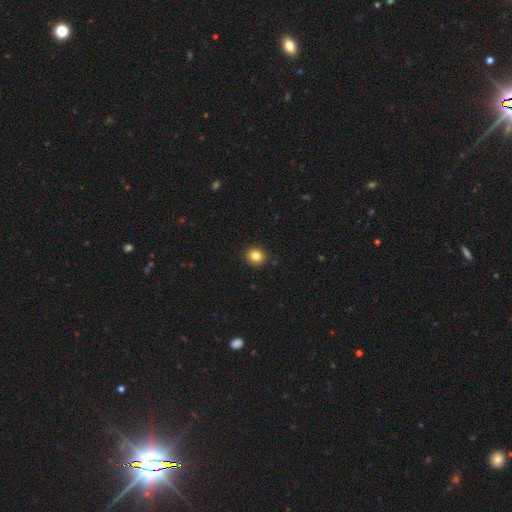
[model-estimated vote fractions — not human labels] This is clearly a smooth galaxy (84%). How rounded: clearly round (81%). Merging: clearly none (91%).